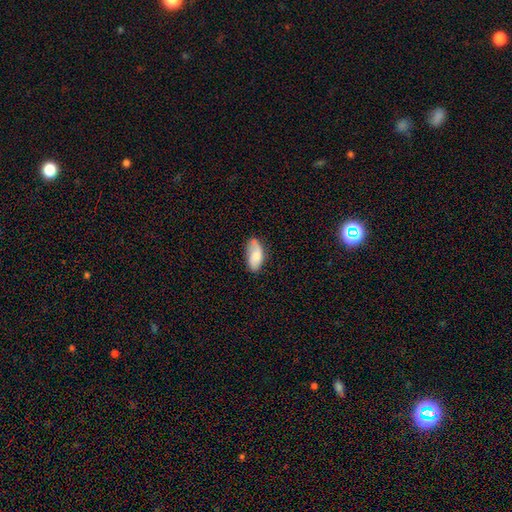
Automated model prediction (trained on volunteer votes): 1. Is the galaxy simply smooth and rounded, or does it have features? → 66% smooth, 27% featured or disk, 7% star or artifact.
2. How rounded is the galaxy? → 93% in between, 5% cigar-shaped, 3% round.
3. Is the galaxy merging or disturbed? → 63% none, 28% minor disturbance, 7% major disturbance, 2% merger.